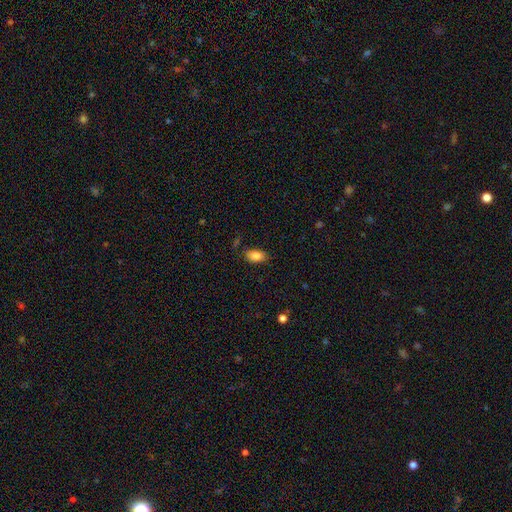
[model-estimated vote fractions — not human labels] smooth 85%, star or artifact 8%, featured or disk 7%. Down the decision tree: how rounded — in between (91%); merging — none (81%).